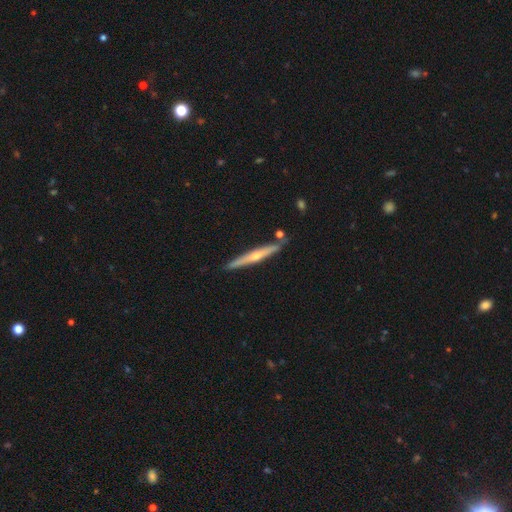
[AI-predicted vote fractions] Smooth or featured?
  - featured or disk: 63% *
  - smooth: 32%
  - star or artifact: 5%
Edge-on disk?
  - yes: 96% *
  - no: 4%
Edge-on bulge?
  - rounded: 77% *
  - none: 20%
  - boxy: 3%
Merging?
  - none: 84% *
  - minor disturbance: 10%
  - merger: 4%
  - major disturbance: 2%